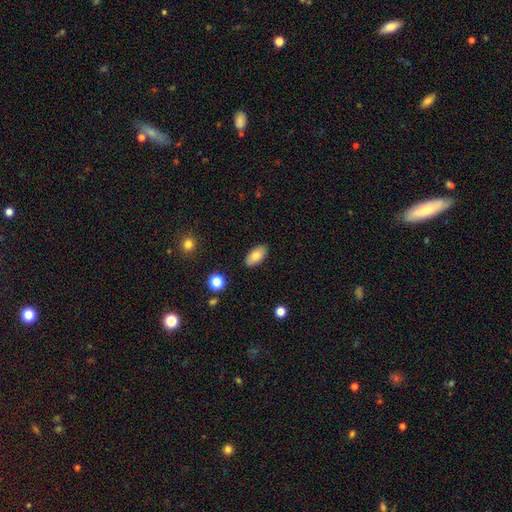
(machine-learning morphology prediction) smooth_or_featured: smooth (p=0.80) [alt: featured or disk p=0.13]
how_rounded: in between (p=0.93) [alt: cigar-shaped p=0.04]
merging: none (p=0.88) [alt: minor disturbance p=0.09]